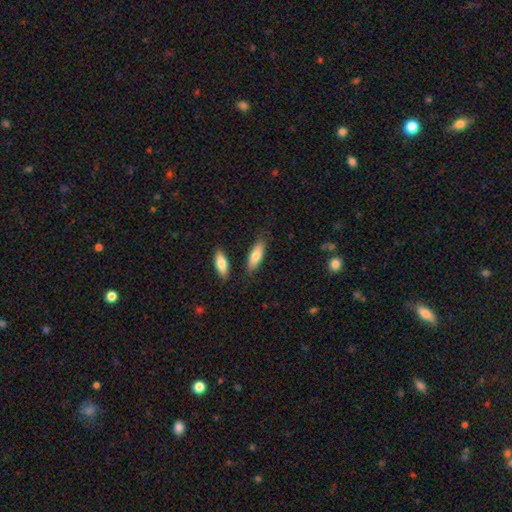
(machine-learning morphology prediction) A smooth galaxy with no disk features (77%) that is in between round and cigar-shaped (60%).

Vote fractions:
- Smooth or featured? smooth: 77% / featured or disk: 17% / star or artifact: 6%
- How rounded? in between: 60% / cigar-shaped: 38% / round: 2%
- Merging? none: 80% / minor disturbance: 12% / merger: 6% / major disturbance: 3%